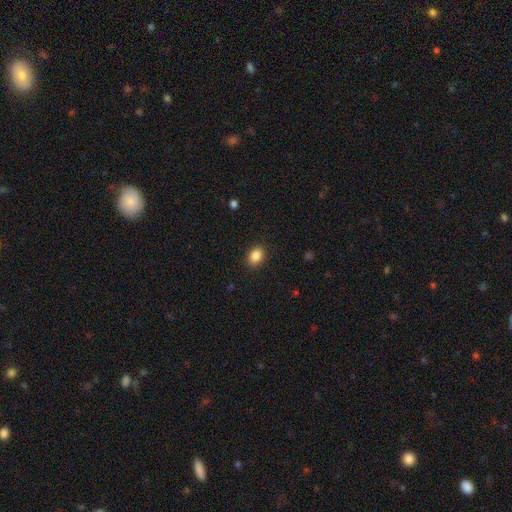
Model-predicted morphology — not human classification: Smooth or featured: smooth — 87% (star or artifact — 9%)
How rounded: in between — 68% (round — 30%)
Merging: none — 89% (minor disturbance — 8%)